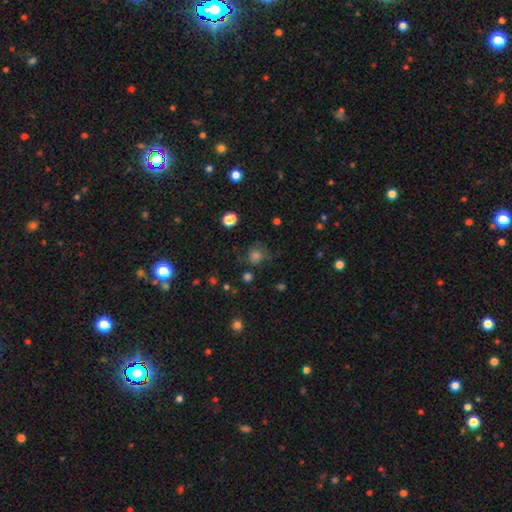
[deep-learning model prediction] Smooth or featured: smooth — 71% (star or artifact — 21%)
How rounded: round — 84% (in between — 15%)
Merging: none — 70% (minor disturbance — 18%)